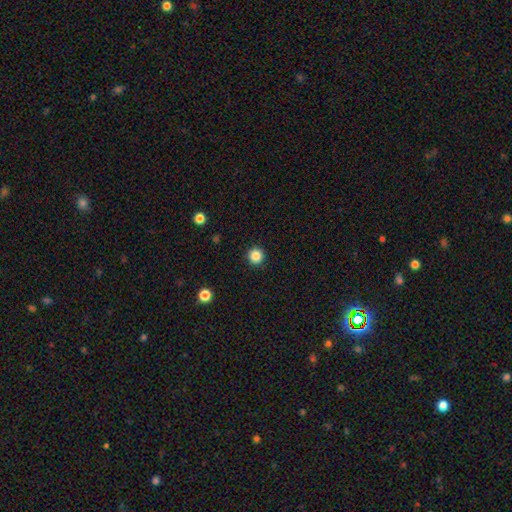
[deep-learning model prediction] smooth-or-featured: smooth: 85% | star or artifact: 11% | featured or disk: 4%
  how-rounded: round: 96% | in between: 3% | cigar-shaped: 1%
  merging: none: 93% | minor disturbance: 5% | major disturbance: 2% | merger: 1%